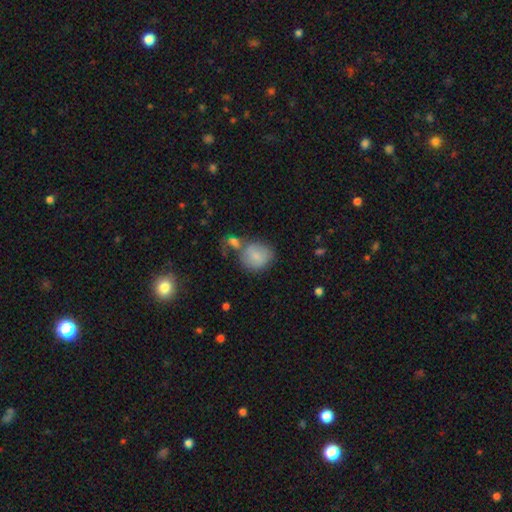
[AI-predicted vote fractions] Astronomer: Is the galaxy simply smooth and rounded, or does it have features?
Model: smooth — 77%.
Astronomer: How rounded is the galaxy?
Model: round — 71%.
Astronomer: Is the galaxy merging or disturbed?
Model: none — 44% (runner-up: merger, 31%).